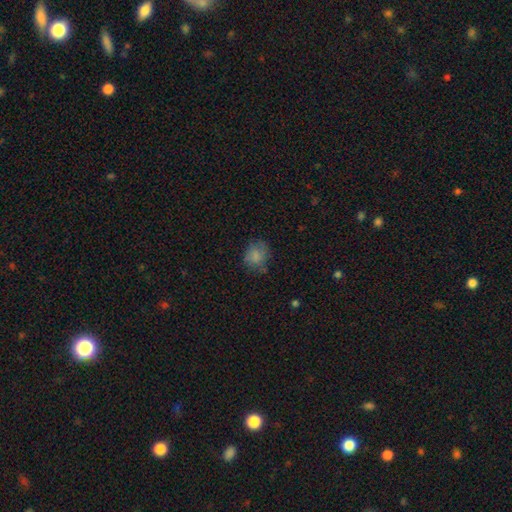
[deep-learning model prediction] Smooth or featured? smooth (78%)
How rounded? round (67%)
Merging? none (67%)